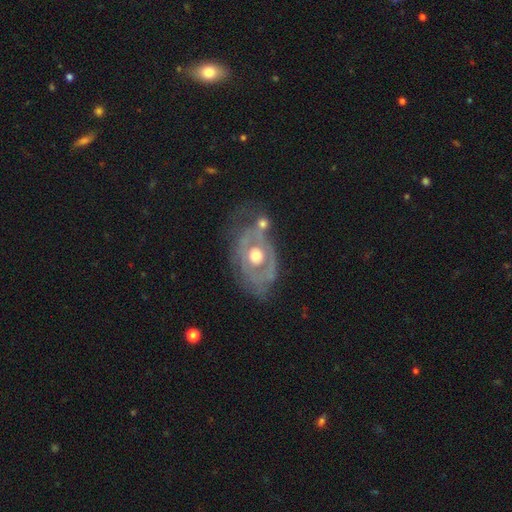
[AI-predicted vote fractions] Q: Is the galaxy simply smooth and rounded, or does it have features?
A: featured or disk — 76%.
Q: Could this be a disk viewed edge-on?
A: no — 95%.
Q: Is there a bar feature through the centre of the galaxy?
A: no — 86%.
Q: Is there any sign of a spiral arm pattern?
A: no — 51%.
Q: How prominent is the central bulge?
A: moderate — 73%.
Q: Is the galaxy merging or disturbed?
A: none — 45%.